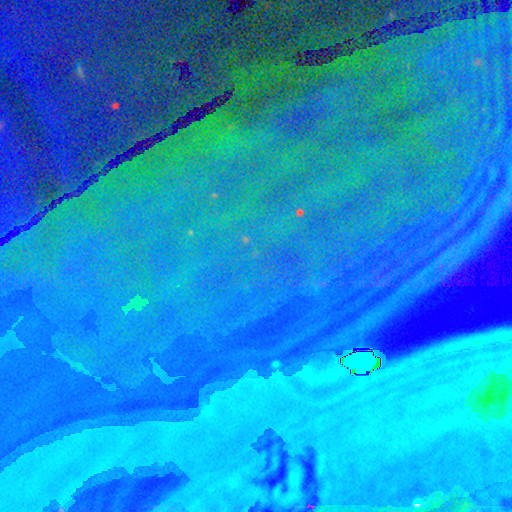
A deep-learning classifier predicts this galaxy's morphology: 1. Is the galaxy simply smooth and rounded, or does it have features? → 87% star or artifact, 7% featured or disk, 6% smooth.